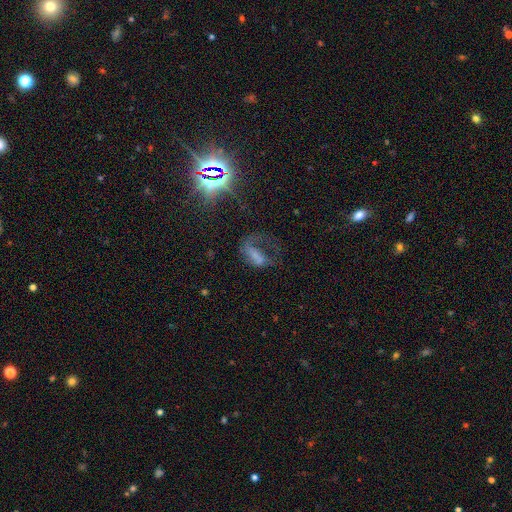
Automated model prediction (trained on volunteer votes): smooth-or-featured: featured or disk: 47% | smooth: 35% | star or artifact: 18%
  merging: major disturbance: 54% | none: 25% | minor disturbance: 15% | merger: 6%